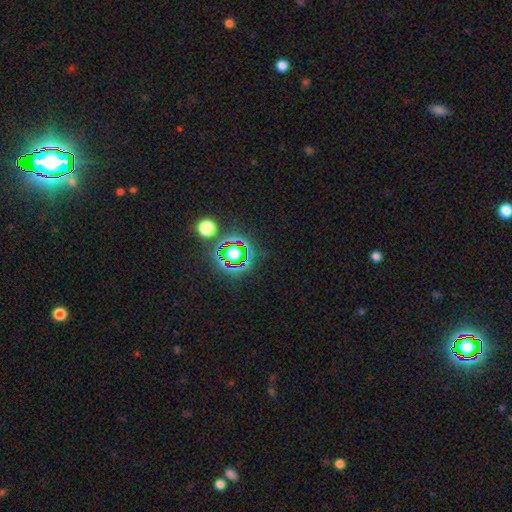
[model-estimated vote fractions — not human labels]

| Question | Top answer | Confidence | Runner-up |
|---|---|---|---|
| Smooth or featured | star or artifact | 78% | smooth (14%) |